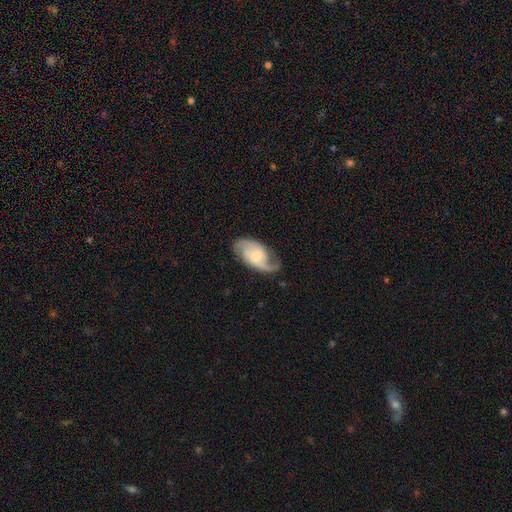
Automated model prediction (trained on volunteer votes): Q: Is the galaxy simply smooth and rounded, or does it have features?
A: featured or disk — 83%.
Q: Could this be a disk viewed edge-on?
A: no — 96%.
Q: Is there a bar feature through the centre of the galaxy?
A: weak — 48%.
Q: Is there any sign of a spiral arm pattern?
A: yes — 96%.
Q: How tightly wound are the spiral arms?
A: medium — 49%.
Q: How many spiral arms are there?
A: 2 — 87%.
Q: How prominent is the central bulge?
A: moderate — 46%.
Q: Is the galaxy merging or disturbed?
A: none — 75%.